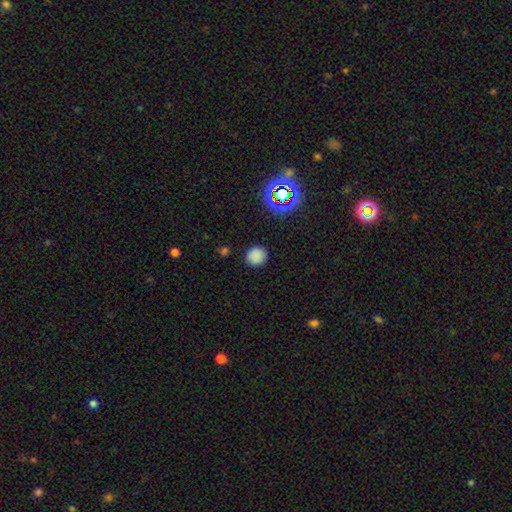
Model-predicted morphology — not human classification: Smooth or featured? Predicted: smooth (p=0.81). How rounded? Predicted: round (p=0.86). Merging? Predicted: none (p=0.88).